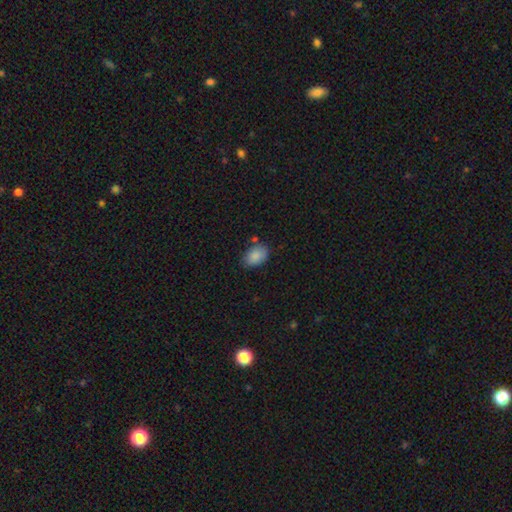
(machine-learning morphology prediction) The model was most divided on "merging": none: 75%, minor disturbance: 17%, merger: 4%, major disturbance: 3%. More confident: smooth or featured — smooth (87%); how rounded — in between (85%).